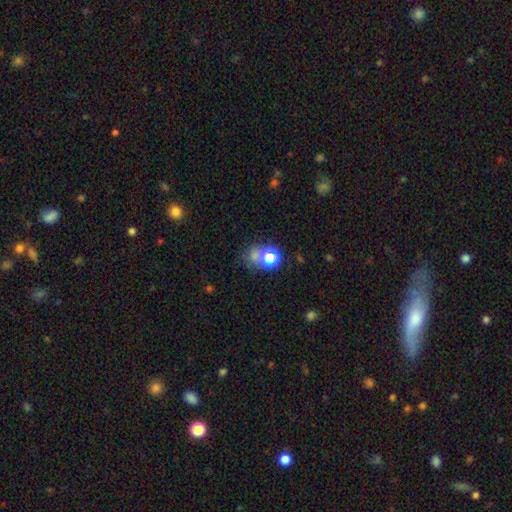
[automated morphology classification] Smooth or featured: smooth — 49% (star or artifact — 40%)
Merging: none — 57% (merger — 20%)